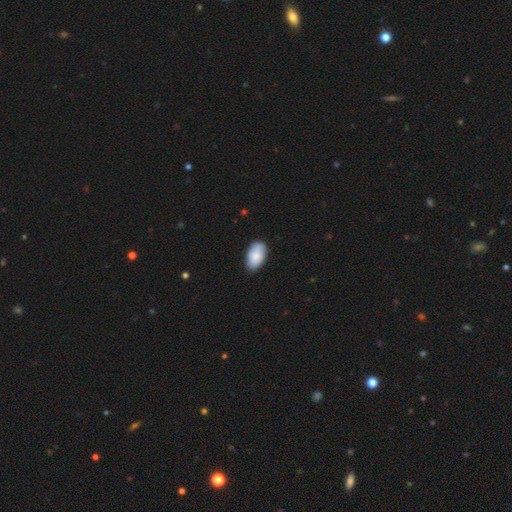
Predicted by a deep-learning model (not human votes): This appears to be a smooth galaxy with no disk features (81%) that is in between round and cigar-shaped (94%). Merging: none (80%).